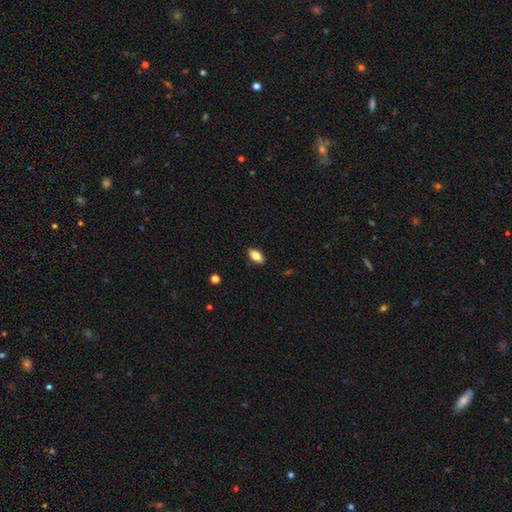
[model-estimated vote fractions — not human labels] Smooth or featured?
  - smooth: 81% *
  - featured or disk: 12%
  - star or artifact: 7%
How rounded?
  - in between: 90% *
  - cigar-shaped: 7%
  - round: 3%
Merging?
  - none: 88% *
  - minor disturbance: 9%
  - major disturbance: 2%
  - merger: 1%